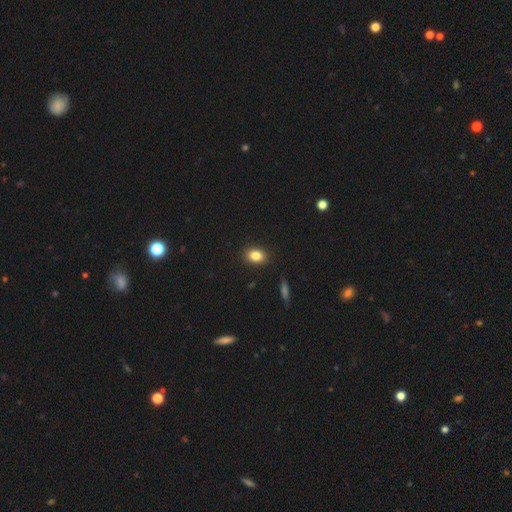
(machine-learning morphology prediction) A smooth galaxy with no disk features (84%) that is in between round and cigar-shaped (68%).

Vote fractions:
- Smooth or featured? smooth: 84% / star or artifact: 10% / featured or disk: 6%
- How rounded? in between: 68% / round: 30% / cigar-shaped: 2%
- Merging? none: 89% / minor disturbance: 8% / major disturbance: 2% / merger: 1%